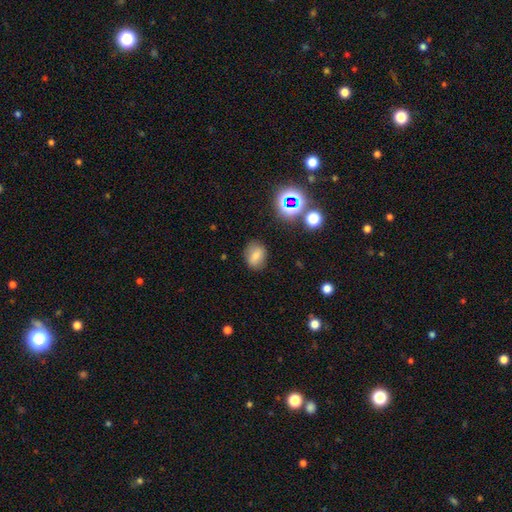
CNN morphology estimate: Overall: smooth (72%). How rounded: in between (53%; round 46%). Merging: none (81%).